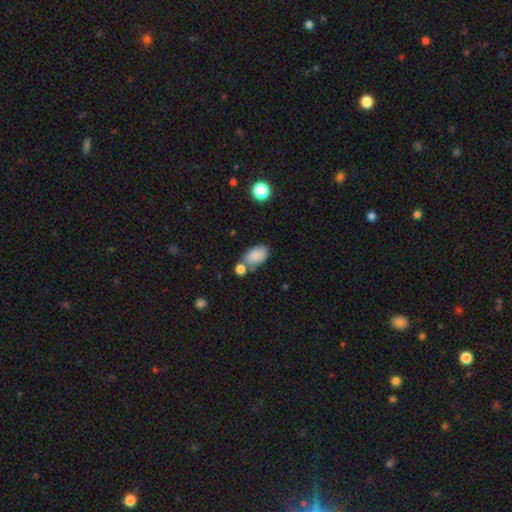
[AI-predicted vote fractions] smooth-or-featured: smooth: 84% | star or artifact: 8% | featured or disk: 7%
  how-rounded: in between: 92% | round: 7% | cigar-shaped: 1%
  merging: none: 52% | merger: 26% | minor disturbance: 17% | major disturbance: 5%